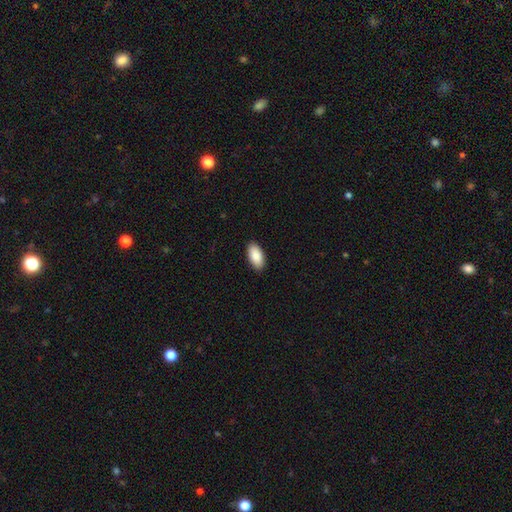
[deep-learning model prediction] A smooth galaxy with no disk features (89%) that is in between round and cigar-shaped (94%).

Vote fractions:
- Smooth or featured? smooth: 89% / star or artifact: 6% / featured or disk: 5%
- How rounded? in between: 94% / cigar-shaped: 4% / round: 2%
- Merging? none: 89% / minor disturbance: 8% / major disturbance: 2% / merger: 1%